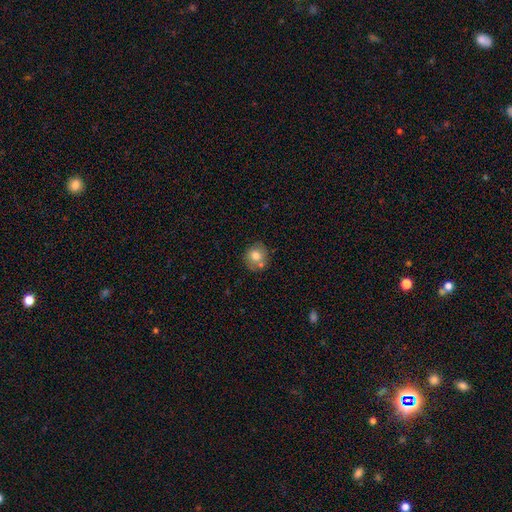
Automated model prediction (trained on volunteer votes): Smooth or featured: smooth — 76% (featured or disk — 15%)
How rounded: round — 84% (in between — 16%)
Merging: none — 66% (merger — 16%)